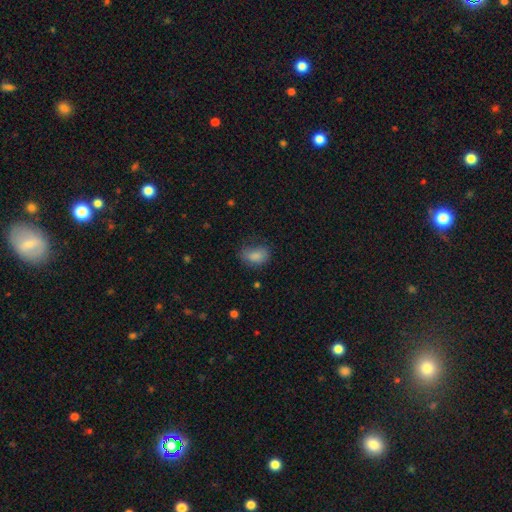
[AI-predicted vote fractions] This appears to be a smooth galaxy with no disk features (84%) that is in between round and cigar-shaped (82%). Merging: none (61%).